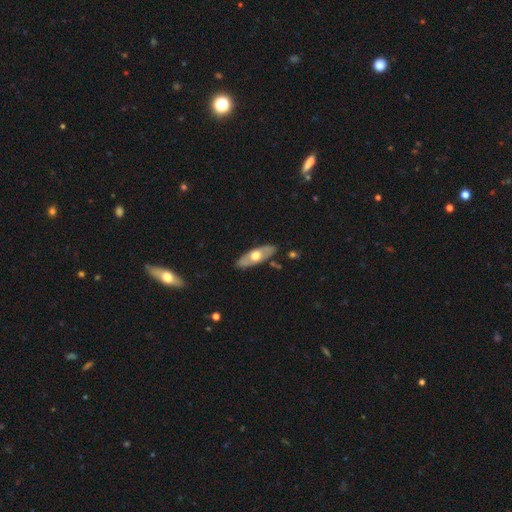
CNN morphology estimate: Smooth or featured: featured or disk — 52% (smooth — 43%)
Edge-on disk: no — 56% (yes — 44%)
Merging: none — 85% (minor disturbance — 10%)